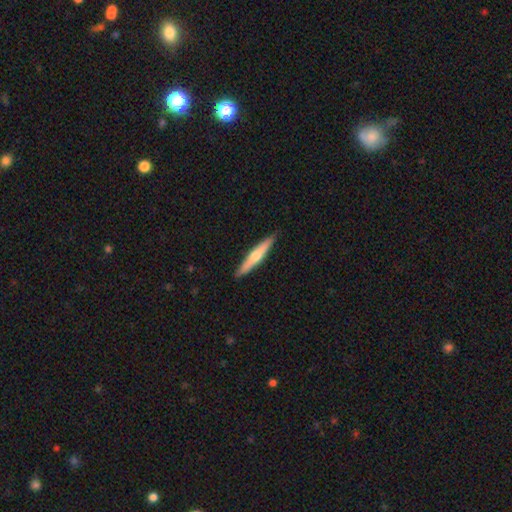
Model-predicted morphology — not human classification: This appears to be a featured or disk galaxy (50%). Merging: none (91%).